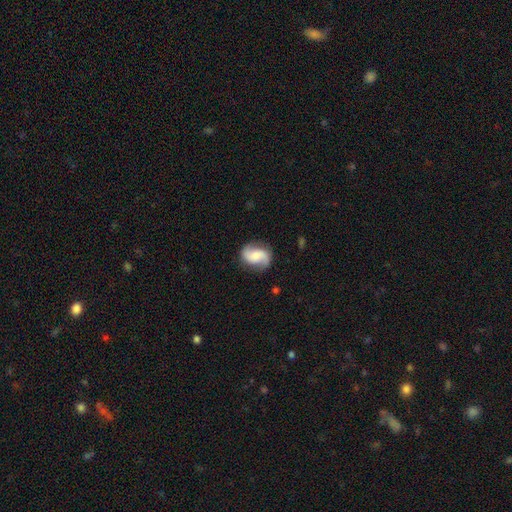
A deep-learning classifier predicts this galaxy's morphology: Q: Smooth or featured?
A: featured or disk (76%); runner-up: smooth (18%)
Q: Edge-on disk?
A: no (98%); runner-up: yes (2%)
Q: Bar?
A: no (57%); runner-up: weak (33%)
Q: Spiral arms?
A: yes (96%); runner-up: no (4%)
Q: Spiral winding?
A: loose (49%); runner-up: medium (38%)
Q: Spiral arm count?
A: 2 (92%); runner-up: can't tell (3%)
Q: Bulge size?
A: moderate (38%); runner-up: small (34%)
Q: Merging?
A: none (81%); runner-up: minor disturbance (13%)